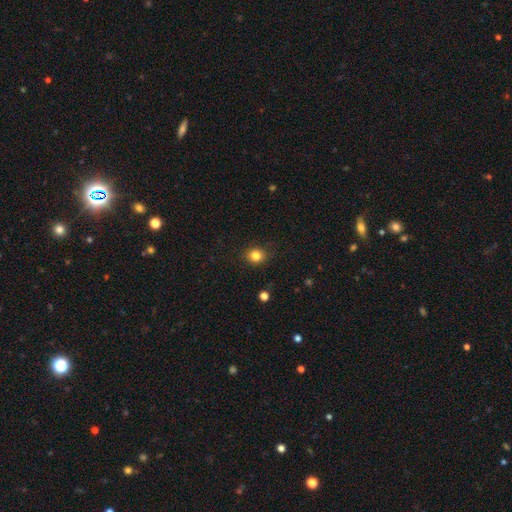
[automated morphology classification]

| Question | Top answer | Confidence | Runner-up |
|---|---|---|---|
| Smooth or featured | smooth | 82% | star or artifact (12%) |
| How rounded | round | 80% | in between (19%) |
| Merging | none | 88% | minor disturbance (9%) |